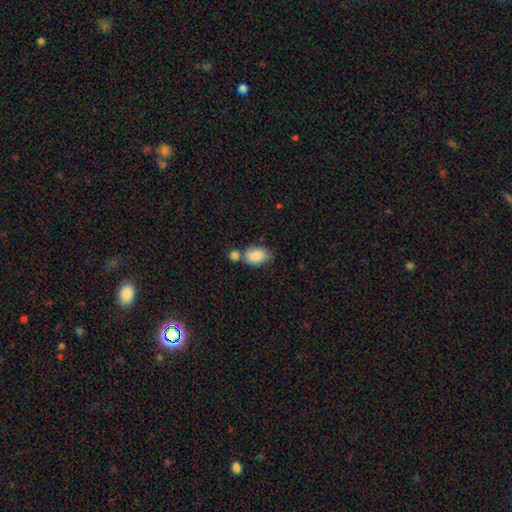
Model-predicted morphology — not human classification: smooth 83%, featured or disk 10%, star or artifact 7%. Down the decision tree: how rounded — in between (81%); merging — none (48%).